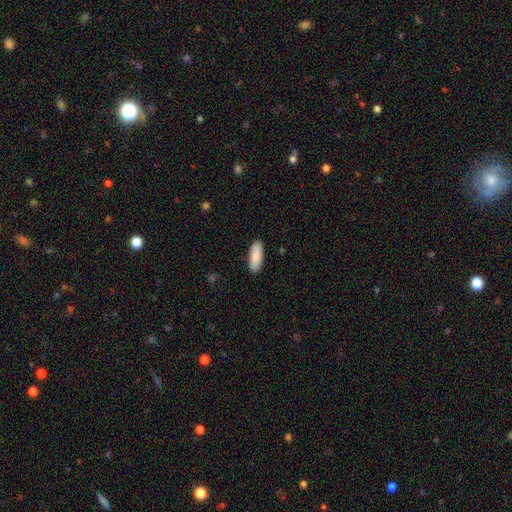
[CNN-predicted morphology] type=smooth (88%); roundness=in between (67%); merging=none (89%).